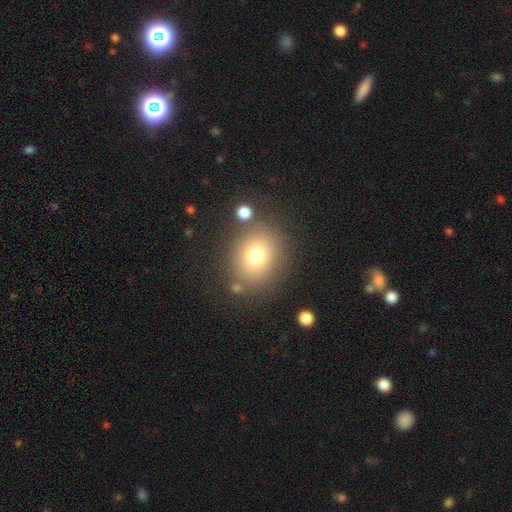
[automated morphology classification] Overall: smooth (75%). How rounded: round (67%; in between 32%). Merging: none (80%).